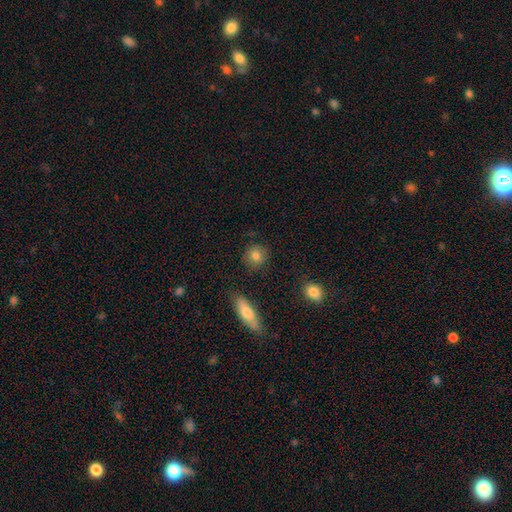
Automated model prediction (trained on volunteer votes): Smooth or featured?
  - smooth: 81% *
  - featured or disk: 10%
  - star or artifact: 9%
How rounded?
  - round: 86% *
  - in between: 12%
  - cigar-shaped: 2%
Merging?
  - none: 84% *
  - minor disturbance: 10%
  - major disturbance: 3%
  - merger: 2%